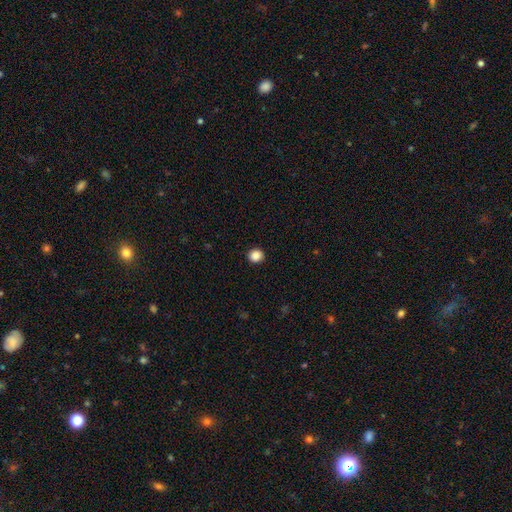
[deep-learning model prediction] smooth-or-featured: smooth: 88% | star or artifact: 10% | featured or disk: 2%
  how-rounded: round: 88% | in between: 11% | cigar-shaped: 1%
  merging: none: 92% | minor disturbance: 5% | major disturbance: 2% | merger: 1%